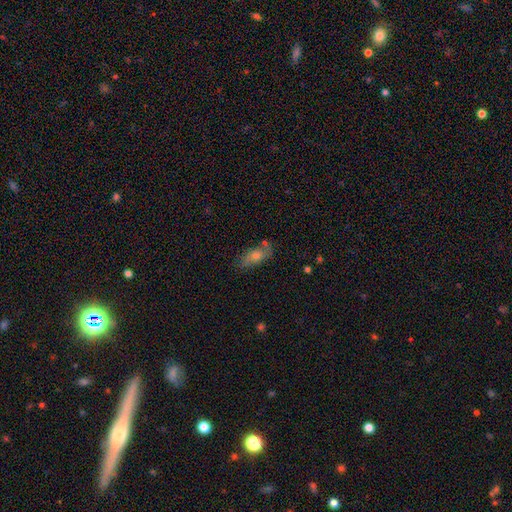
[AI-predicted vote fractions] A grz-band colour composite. It shows a smooth galaxy with no disk features (51%) that is in between round and cigar-shaped (73%). Merging: none (70%).